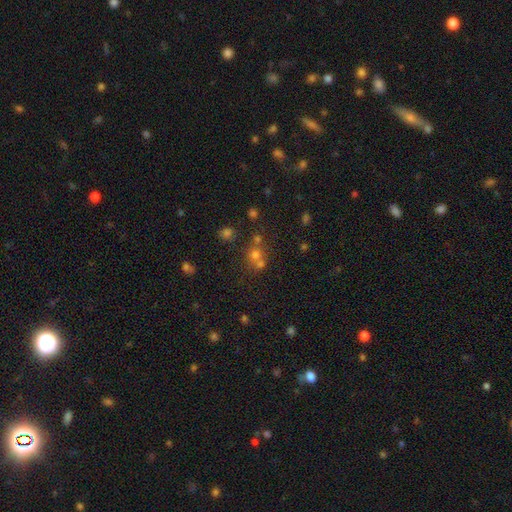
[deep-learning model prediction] Morphology: type=smooth (53%); roundness=round (85%); merging=none (52%).